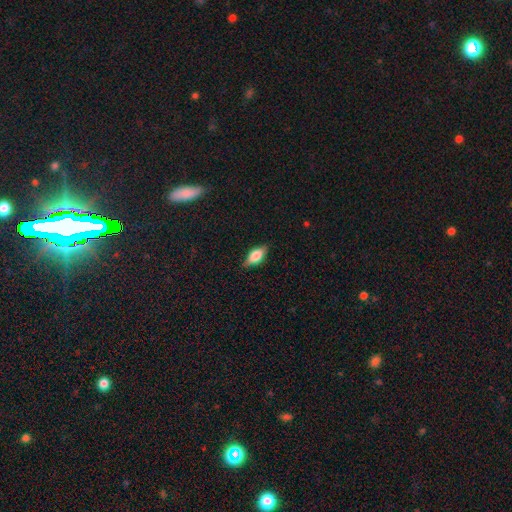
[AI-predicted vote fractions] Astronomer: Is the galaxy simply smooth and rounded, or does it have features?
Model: smooth — 67%.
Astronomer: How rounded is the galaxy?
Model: in between — 80%.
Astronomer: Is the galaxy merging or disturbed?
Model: none — 83%.